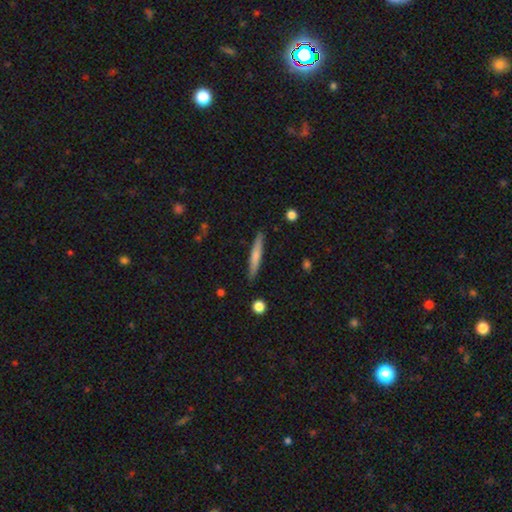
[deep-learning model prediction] Smooth or featured? Predicted: smooth (p=0.64). How rounded? Predicted: cigar-shaped (p=0.94). Merging? Predicted: none (p=0.88).